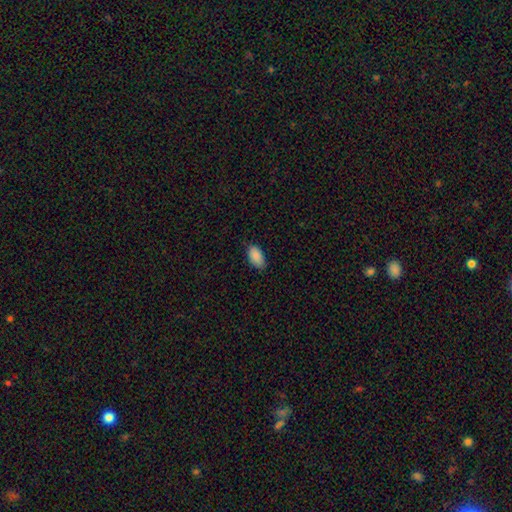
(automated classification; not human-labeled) This is clearly a smooth galaxy (89%). How rounded: clearly in between (95%). Merging: likely none (80%).